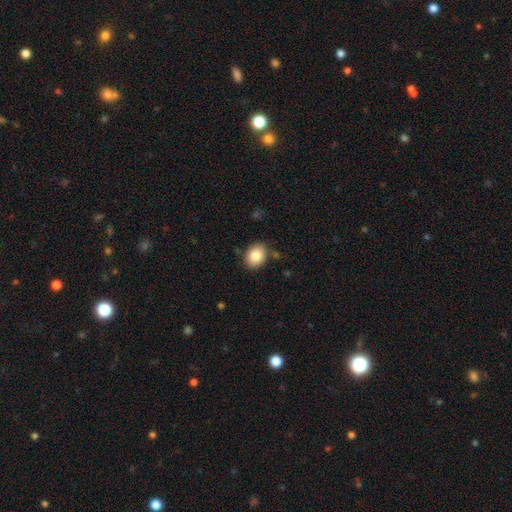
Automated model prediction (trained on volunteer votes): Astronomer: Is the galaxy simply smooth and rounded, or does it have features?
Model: smooth — 84%.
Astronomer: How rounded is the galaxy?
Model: in between — 62%.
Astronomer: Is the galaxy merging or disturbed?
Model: none — 84%.